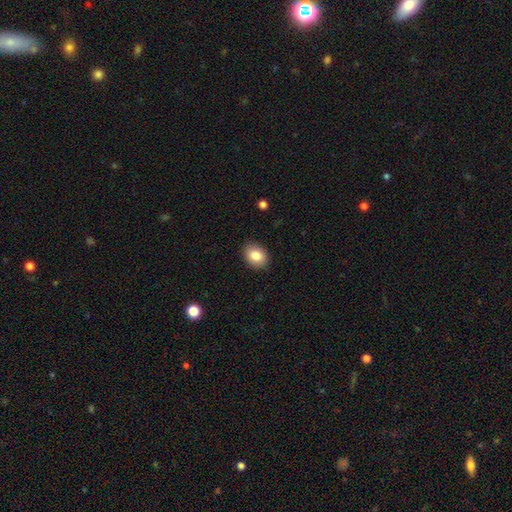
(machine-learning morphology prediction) A smooth galaxy with no disk features (84%) that is in between round and cigar-shaped (64%). Merging: none (88%).